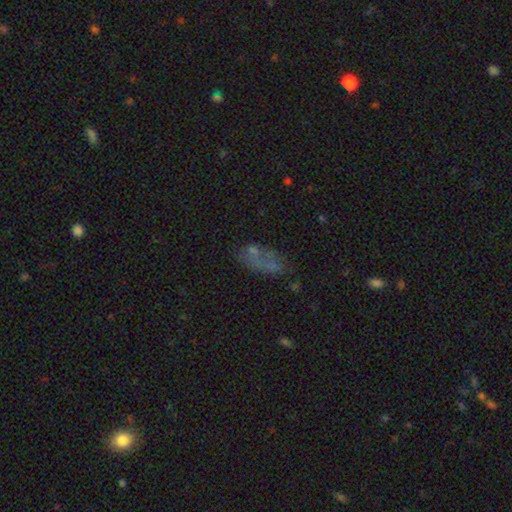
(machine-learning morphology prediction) Q: Smooth or featured?
A: smooth (48%); runner-up: featured or disk (31%)
Q: Merging?
A: none (40%); runner-up: major disturbance (24%)